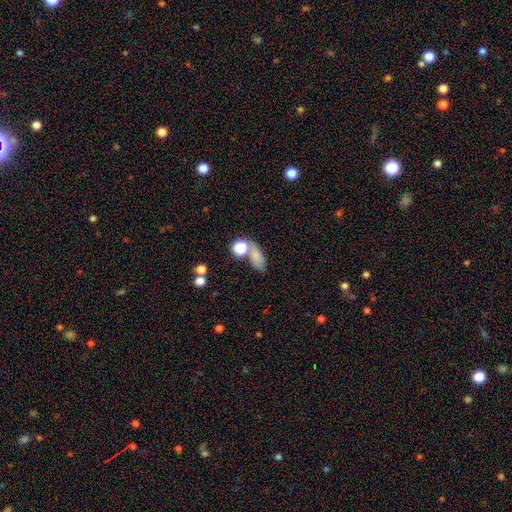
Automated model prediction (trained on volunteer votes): smooth 73%, star or artifact 14%, featured or disk 13%. Down the decision tree: how rounded — in between (68%); merging — none (48%).